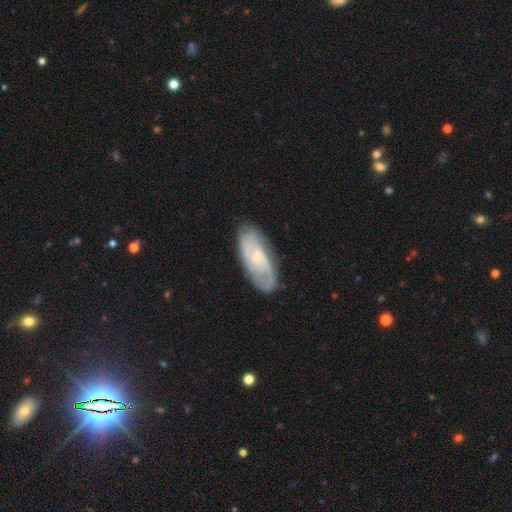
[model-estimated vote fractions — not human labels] A featured or disk galaxy (60%) with no bar (62%), spiral arms (86%) and a small central bulge (61%). Merging: none (83%).